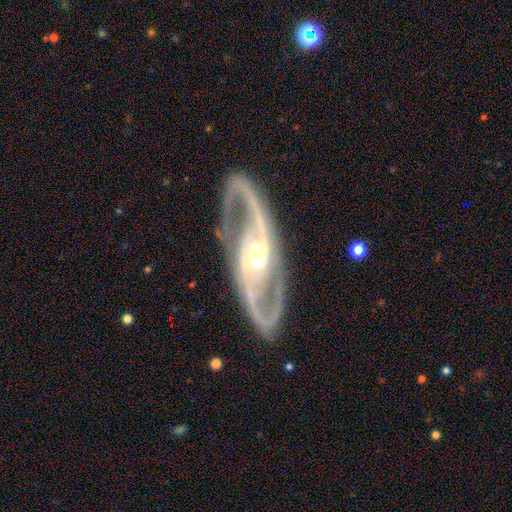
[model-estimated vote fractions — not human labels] Smooth or featured: featured or disk — 93% (star or artifact — 4%)
Edge-on disk: no — 95% (yes — 5%)
Bar: strong — 39% (weak — 35%)
Spiral arms: yes — 98% (no — 2%)
Spiral winding: medium — 61% (tight — 23%)
Spiral arm count: 2 — 94% (can't tell — 2%)
Bulge size: moderate — 49% (small — 40%)
Merging: none — 85% (minor disturbance — 10%)